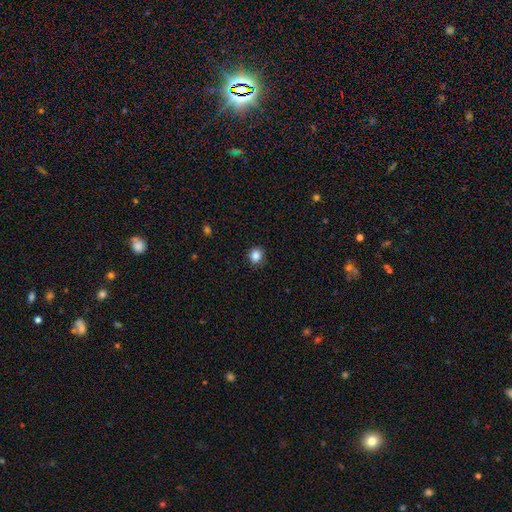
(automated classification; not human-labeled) Smooth or featured: smooth — 85% (star or artifact — 11%)
How rounded: round — 84% (in between — 15%)
Merging: none — 89% (minor disturbance — 8%)